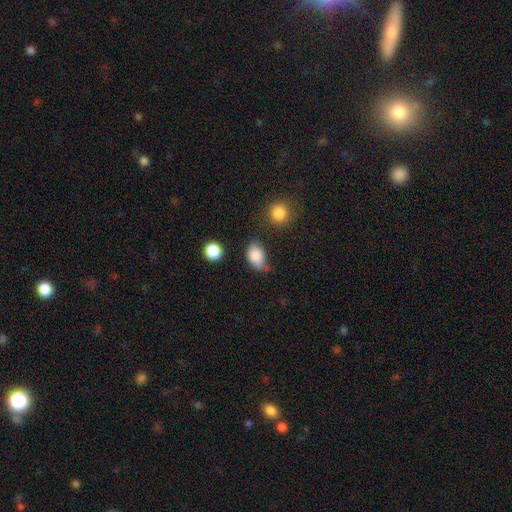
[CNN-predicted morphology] Smooth or featured: smooth — 86% (star or artifact — 9%)
How rounded: in between — 80% (round — 19%)
Merging: none — 48% (minor disturbance — 36%)